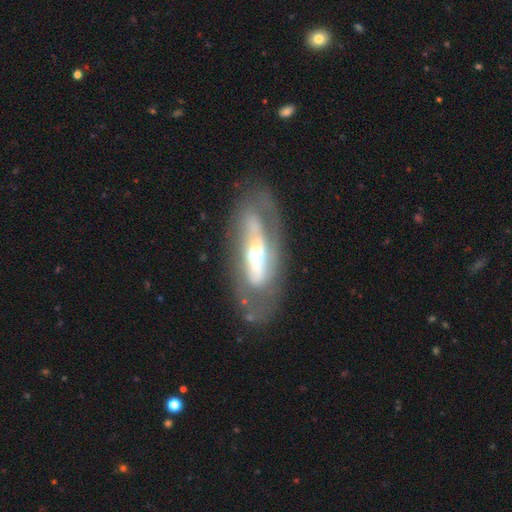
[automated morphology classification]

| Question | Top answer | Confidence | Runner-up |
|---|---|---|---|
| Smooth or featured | featured or disk | 75% | smooth (19%) |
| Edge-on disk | no | 81% | yes (19%) |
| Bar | strong | 39% | no (35%) |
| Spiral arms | yes | 55% | no (45%) |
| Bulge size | moderate | 62% | small (24%) |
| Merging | none | 68% | minor disturbance (18%) |